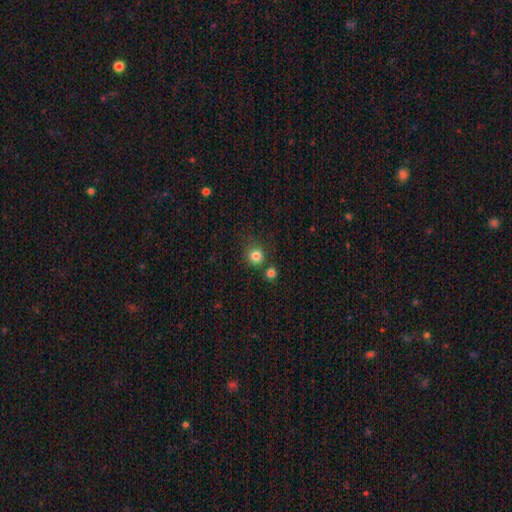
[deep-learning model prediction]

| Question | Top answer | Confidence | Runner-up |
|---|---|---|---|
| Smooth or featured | smooth | 82% | star or artifact (13%) |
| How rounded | round | 92% | in between (8%) |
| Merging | none | 75% | merger (12%) |